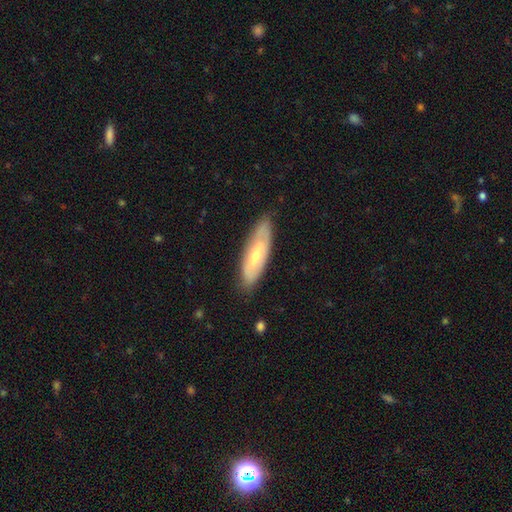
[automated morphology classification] This is possibly a featured or disk galaxy (51%). It is likely not viewed edge-on (71%). Merging: likely none (79%).